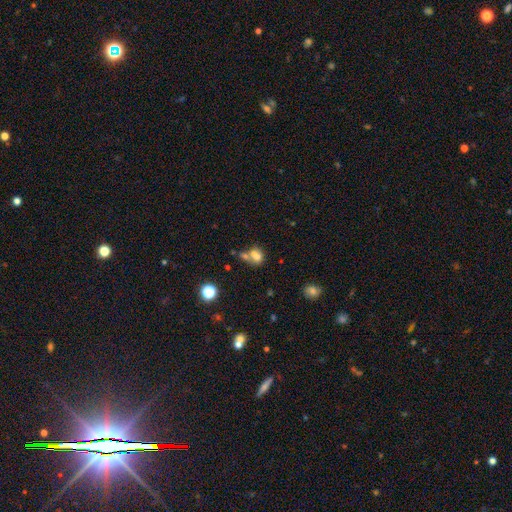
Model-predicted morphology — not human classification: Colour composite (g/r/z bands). It shows a smooth galaxy with no disk features (68%) that is round (53%). Merging: merger (57%).